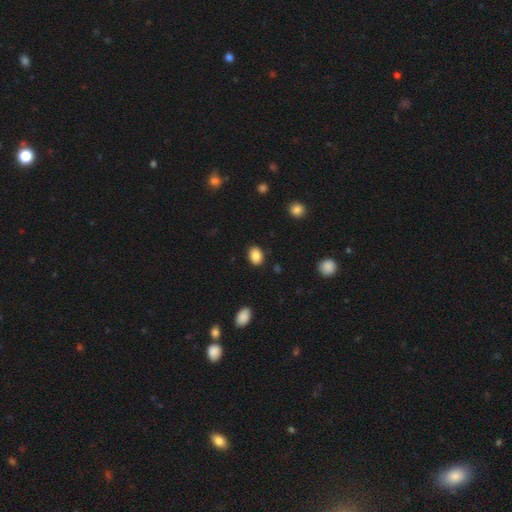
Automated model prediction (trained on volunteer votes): Smooth or featured? Predicted: smooth (p=0.87). How rounded? Predicted: in between (p=0.70). Merging? Predicted: none (p=0.88).